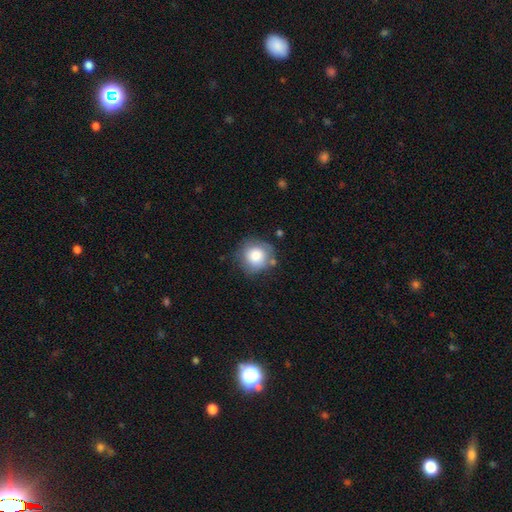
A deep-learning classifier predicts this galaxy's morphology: smooth_or_featured: smooth (p=0.80) [alt: featured or disk p=0.12]
how_rounded: round (p=0.91) [alt: in between p=0.08]
merging: none (p=0.68) [alt: minor disturbance p=0.20]